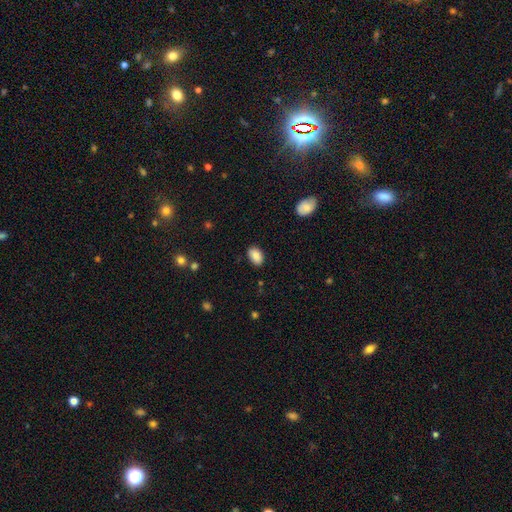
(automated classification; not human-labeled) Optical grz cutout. It shows a smooth galaxy with no disk features (88%) that is in between round and cigar-shaped (90%). Merging: none (85%).